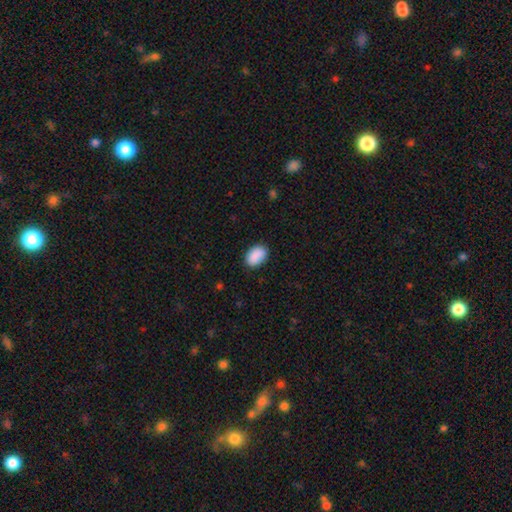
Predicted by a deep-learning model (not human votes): smooth-or-featured: smooth: 90% | star or artifact: 7% | featured or disk: 3%
  how-rounded: in between: 88% | round: 11% | cigar-shaped: 1%
  merging: none: 85% | minor disturbance: 12% | major disturbance: 3% | merger: 1%